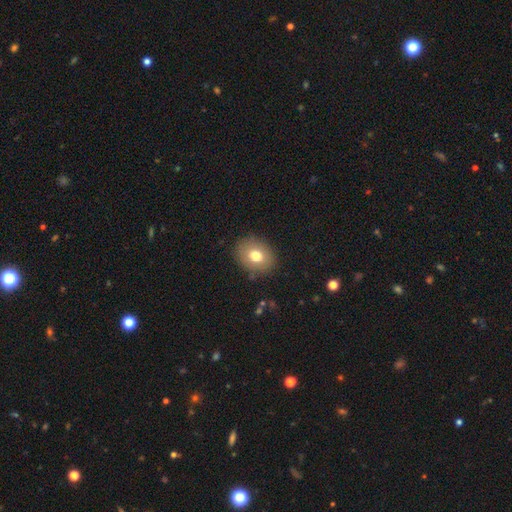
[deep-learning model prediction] Morphology: type=smooth (74%); roundness=in between (50%); merging=none (84%).